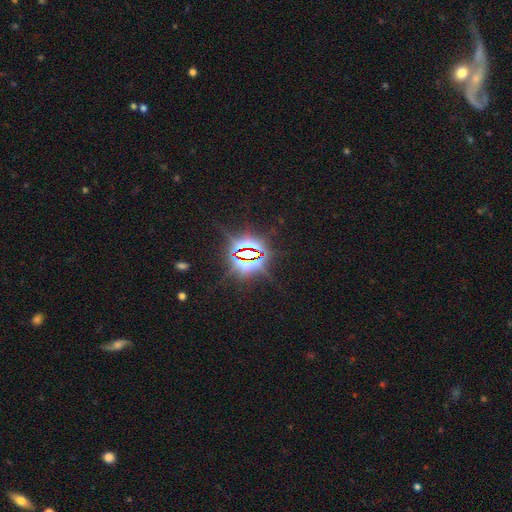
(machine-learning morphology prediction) star or artifact 84%, smooth 9%, featured or disk 7%.